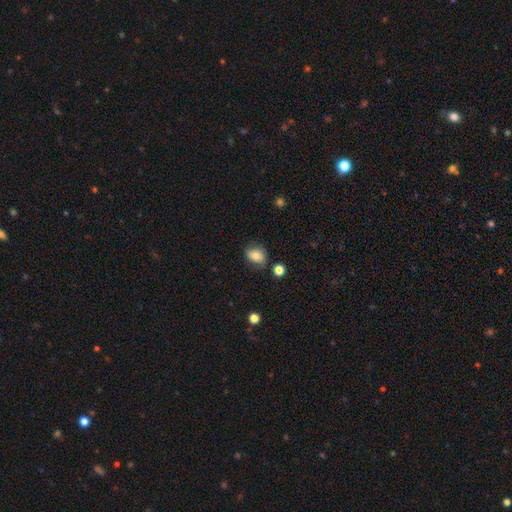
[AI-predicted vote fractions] The model was most divided on "how rounded": in between: 55%, round: 43%, cigar-shaped: 1%. More confident: smooth or featured — smooth (76%); merging — none (69%).